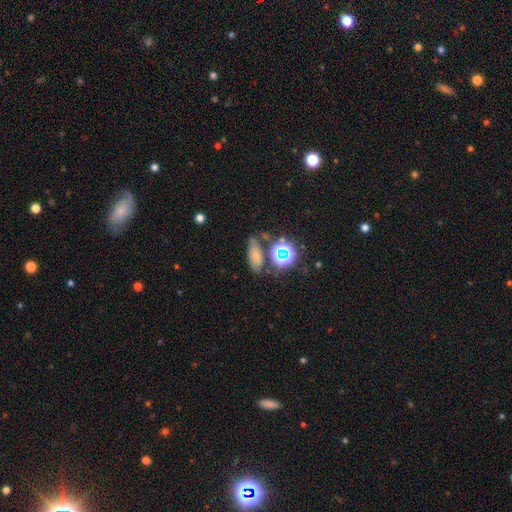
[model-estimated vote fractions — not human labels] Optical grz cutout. It shows a smooth galaxy with no disk features (58%) that is in between round and cigar-shaped (73%). Merging: none (60%).